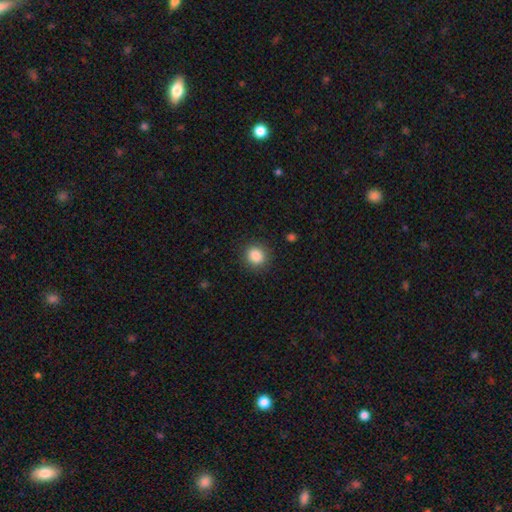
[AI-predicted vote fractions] smooth-or-featured: smooth: 86% | star or artifact: 10% | featured or disk: 4%
  how-rounded: round: 85% | in between: 14% | cigar-shaped: 1%
  merging: none: 89% | minor disturbance: 7% | major disturbance: 3% | merger: 1%